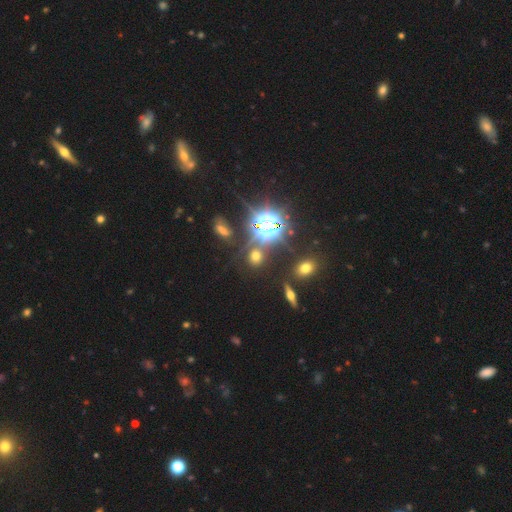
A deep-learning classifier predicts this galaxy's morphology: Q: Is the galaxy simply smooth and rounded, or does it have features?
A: smooth — 47%.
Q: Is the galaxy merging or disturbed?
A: none — 75%.